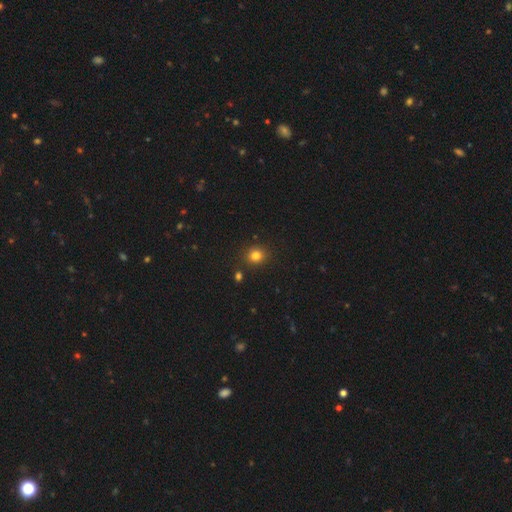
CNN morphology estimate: smooth_or_featured: smooth (p=0.80) [alt: star or artifact p=0.14]
how_rounded: round (p=0.81) [alt: in between p=0.19]
merging: none (p=0.86) [alt: minor disturbance p=0.08]